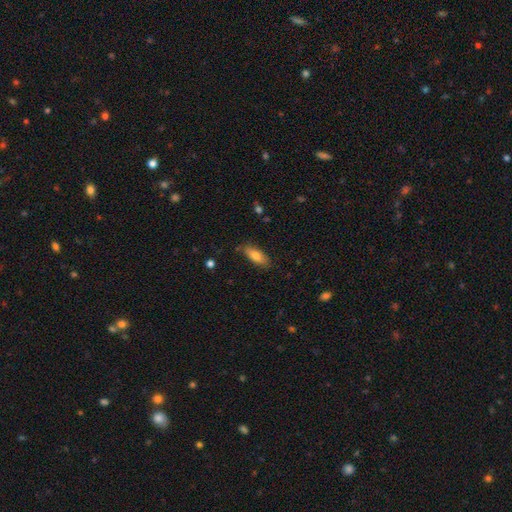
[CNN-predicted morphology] The model was most divided on "how rounded": in between: 70%, cigar-shaped: 27%, round: 2%. More confident: merging — none (81%); smooth or featured — smooth (74%).